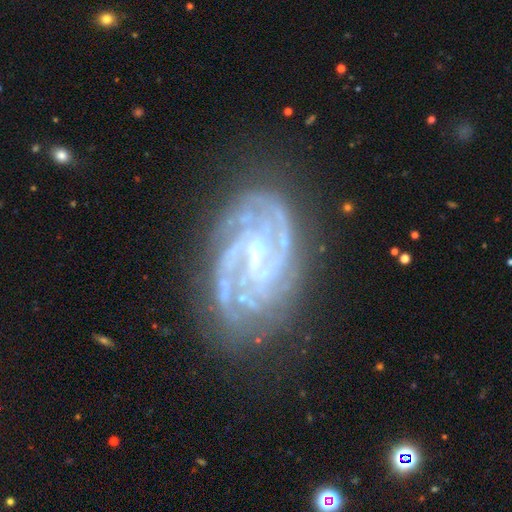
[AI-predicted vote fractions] Smooth or featured? Predicted: featured or disk (p=0.88). Edge-on disk? Predicted: no (p=0.97). Bar? Predicted: weak (p=0.49). Spiral arms? Predicted: yes (p=0.96). Spiral winding? Predicted: tight (p=0.61). Spiral arm count? Predicted: 2 (p=0.28). Bulge size? Predicted: small (p=0.50). Merging? Predicted: none (p=0.69).